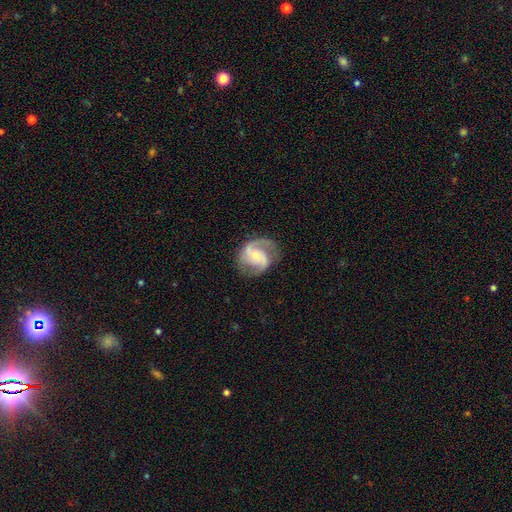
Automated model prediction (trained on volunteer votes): smooth_or_featured: featured or disk (p=0.86) [alt: smooth p=0.09]
disk_edge_on: no (p=0.98) [alt: yes p=0.02]
bar: no (p=0.44) [alt: weak p=0.40]
has_spiral_arms: yes (p=0.97) [alt: no p=0.03]
spiral_winding: medium (p=0.54) [alt: loose p=0.28]
spiral_arm_count: 2 (p=0.85) [alt: 1 p=0.06]
bulge_size: small (p=0.53) [alt: moderate p=0.41]
merging: none (p=0.73) [alt: minor disturbance p=0.17]